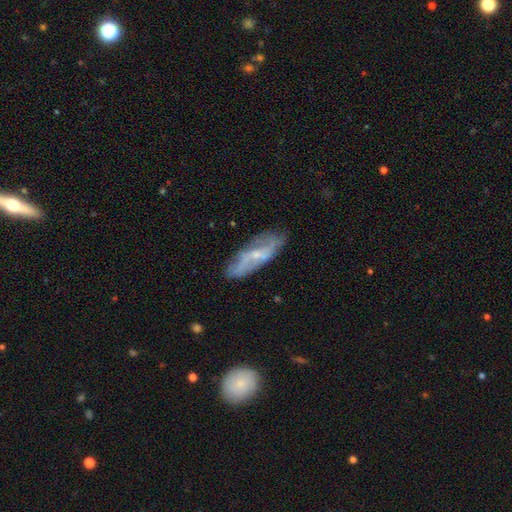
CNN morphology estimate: featured or disk 66%, smooth 27%, star or artifact 7%. Down the decision tree: edge-on disk — no (78%); bar — no (46%); spiral arms — yes (74%); bulge size — small (65%); merging — none (69%).